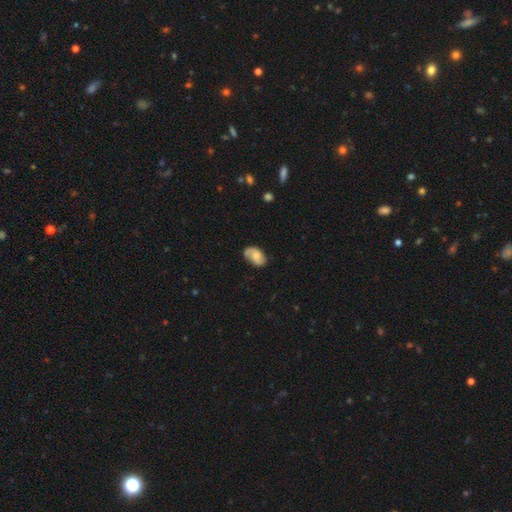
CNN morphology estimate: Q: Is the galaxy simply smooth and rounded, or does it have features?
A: featured or disk — 54%.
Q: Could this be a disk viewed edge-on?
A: no — 96%.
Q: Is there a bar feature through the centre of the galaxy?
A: no — 66%.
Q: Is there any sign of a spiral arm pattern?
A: yes — 87%.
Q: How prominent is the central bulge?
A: moderate — 54%.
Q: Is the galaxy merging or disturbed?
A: none — 67%.